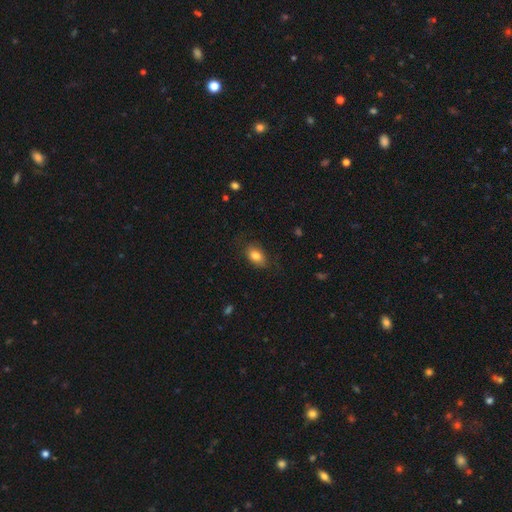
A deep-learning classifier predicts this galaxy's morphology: Smooth or featured: smooth — 82% (featured or disk — 10%)
How rounded: in between — 85% (round — 13%)
Merging: none — 76% (minor disturbance — 18%)